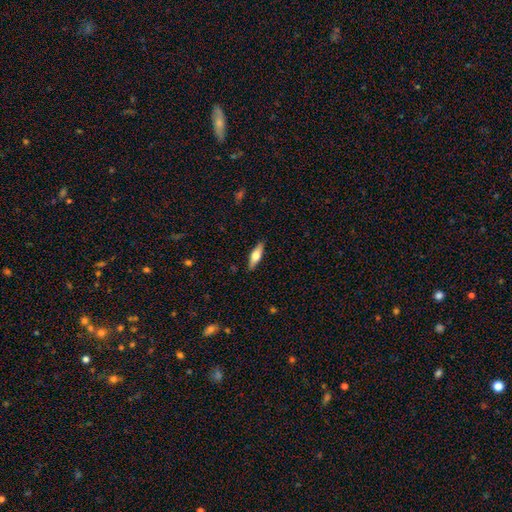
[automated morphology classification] This is possibly a smooth galaxy (54%). How rounded: possibly cigar-shaped (50%). Merging: clearly none (89%).